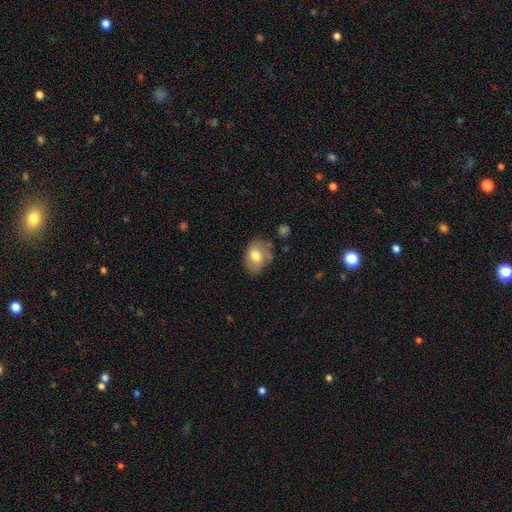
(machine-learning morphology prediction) Overall: smooth (71%). How rounded: in between (68%; round 31%). Merging: none (61%; minor disturbance 27%).